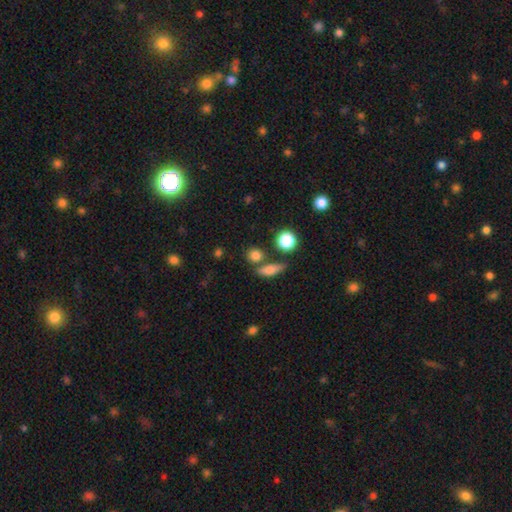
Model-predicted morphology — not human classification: smooth 80%, star or artifact 12%, featured or disk 8%. Down the decision tree: how rounded — round (73%); merging — none (70%).